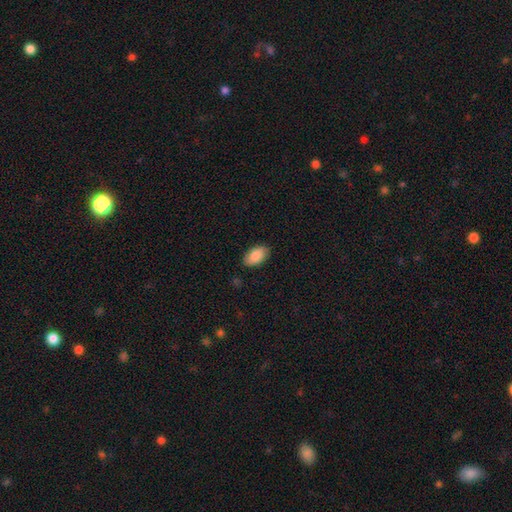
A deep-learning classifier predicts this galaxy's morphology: type=smooth (88%); roundness=in between (94%); merging=none (86%).